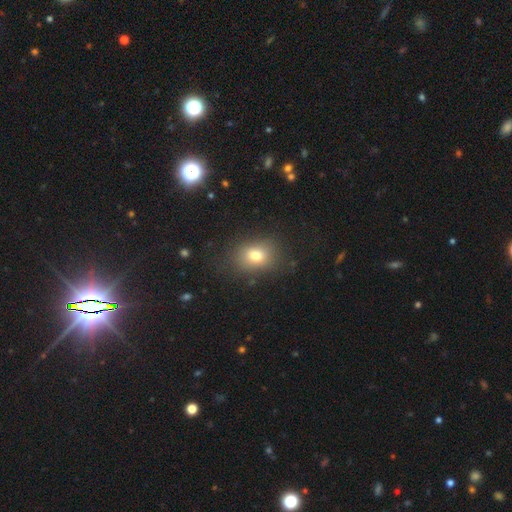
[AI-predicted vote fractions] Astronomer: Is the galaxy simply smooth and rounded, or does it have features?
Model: smooth — 75%.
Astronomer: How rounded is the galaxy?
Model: in between — 56% (runner-up: round, 43%).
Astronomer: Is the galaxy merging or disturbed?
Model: none — 80%.